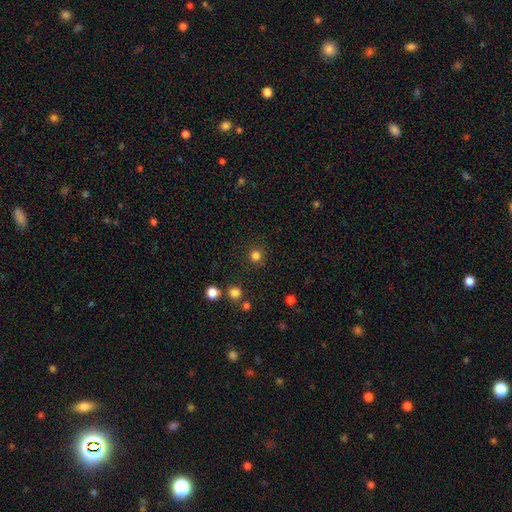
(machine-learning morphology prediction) This appears to be a smooth galaxy with no disk features (80%) that is round (94%). Merging: none (88%).